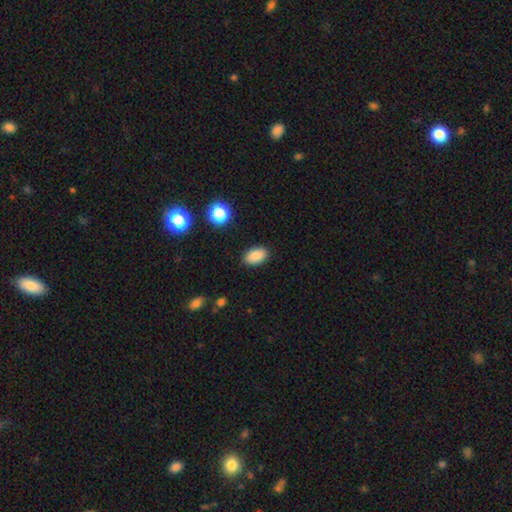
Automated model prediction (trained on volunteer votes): A smooth galaxy with no disk features (87%) that is in between round and cigar-shaped (92%). Merging: none (88%).